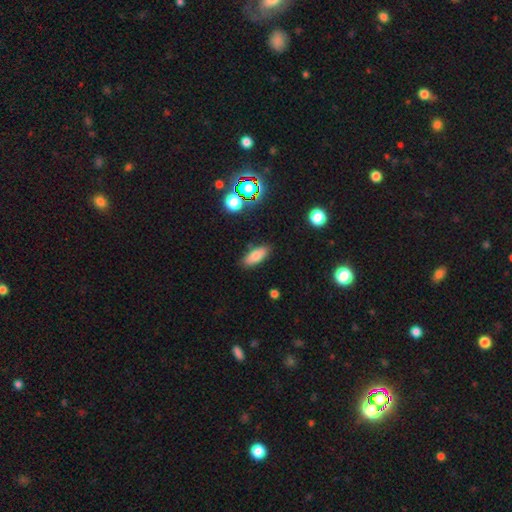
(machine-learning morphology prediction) Smooth or featured?
  - smooth: 76% *
  - featured or disk: 13%
  - star or artifact: 11%
How rounded?
  - in between: 80% *
  - cigar-shaped: 17%
  - round: 4%
Merging?
  - none: 84% *
  - minor disturbance: 11%
  - major disturbance: 3%
  - merger: 2%